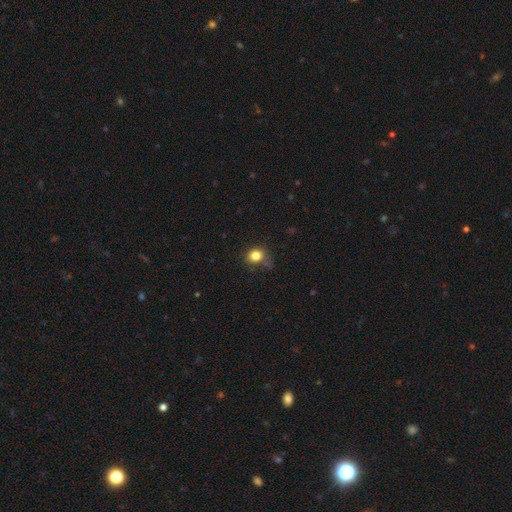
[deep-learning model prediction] Smooth or featured: smooth — 82% (star or artifact — 12%)
How rounded: round — 71% (in between — 28%)
Merging: none — 69% (minor disturbance — 21%)